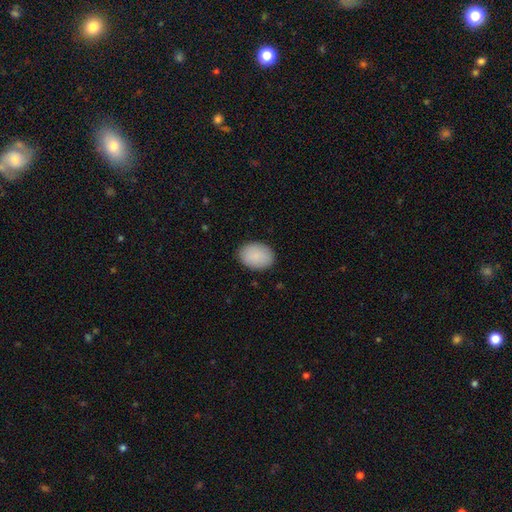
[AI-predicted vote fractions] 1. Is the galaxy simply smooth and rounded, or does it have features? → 90% smooth, 6% star or artifact, 4% featured or disk.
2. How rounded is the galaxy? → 73% in between, 26% round, 1% cigar-shaped.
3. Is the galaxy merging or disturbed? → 88% none, 9% minor disturbance, 2% major disturbance, 1% merger.